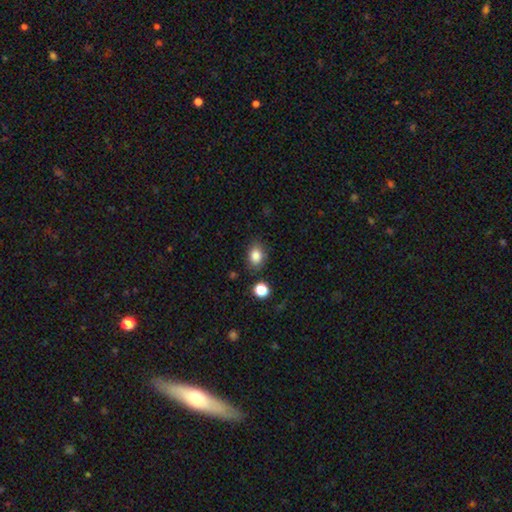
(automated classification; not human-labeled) Smooth or featured: smooth — 84% (star or artifact — 10%)
How rounded: in between — 64% (round — 35%)
Merging: none — 80% (minor disturbance — 13%)